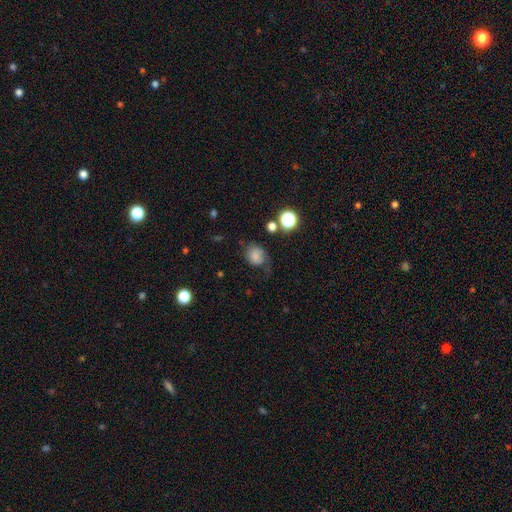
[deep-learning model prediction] Smooth or featured: smooth — 69% (featured or disk — 18%)
How rounded: round — 61% (in between — 38%)
Merging: none — 47% (minor disturbance — 28%)